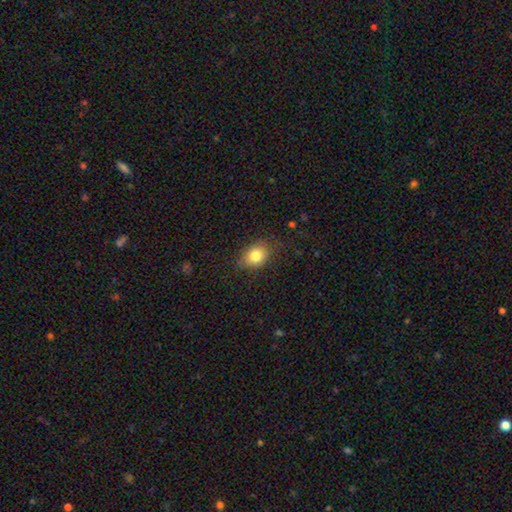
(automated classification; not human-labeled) A smooth galaxy with no disk features (81%) that is in between round and cigar-shaped (66%).

Vote fractions:
- Smooth or featured? smooth: 81% / featured or disk: 10% / star or artifact: 9%
- How rounded? in between: 66% / round: 32% / cigar-shaped: 1%
- Merging? none: 75% / minor disturbance: 19% / major disturbance: 5% / merger: 1%